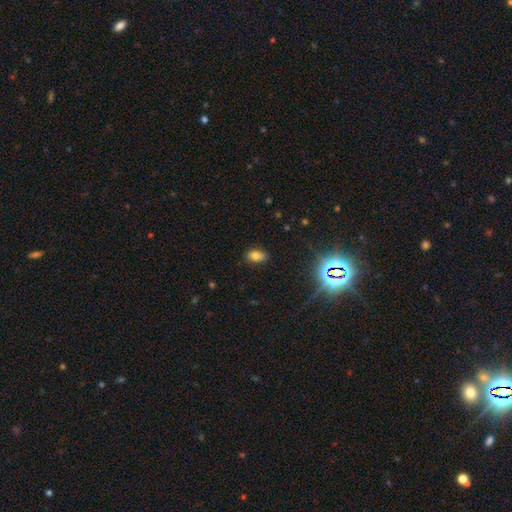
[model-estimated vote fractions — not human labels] The model was most divided on "smooth or featured": smooth: 72%, star or artifact: 17%, featured or disk: 11%. More confident: how rounded — in between (86%); merging — none (77%).